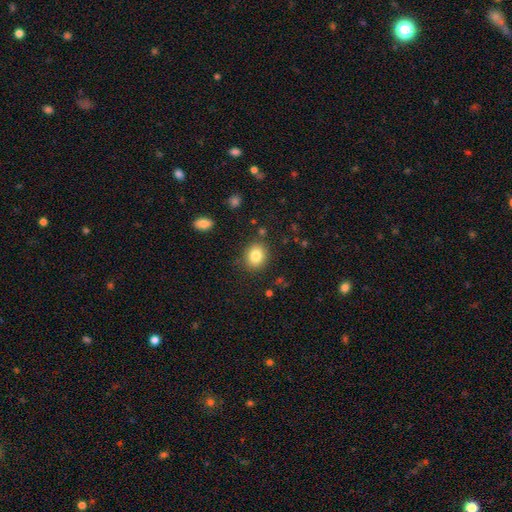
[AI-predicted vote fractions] smooth_or_featured: smooth (p=0.83) [alt: star or artifact p=0.10]
how_rounded: round (p=0.69) [alt: in between p=0.31]
merging: none (p=0.87) [alt: minor disturbance p=0.09]